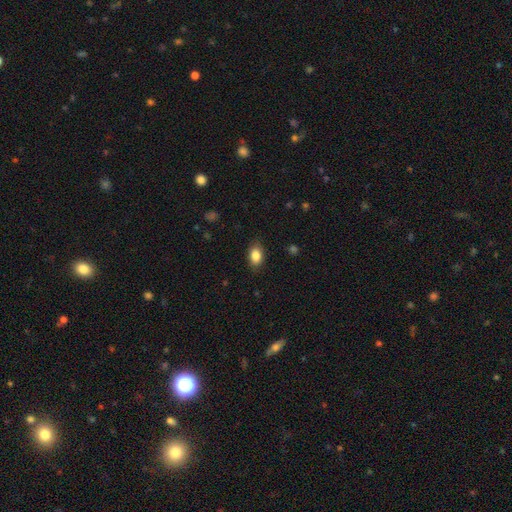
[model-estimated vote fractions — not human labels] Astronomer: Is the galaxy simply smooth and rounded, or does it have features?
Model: smooth — 85%.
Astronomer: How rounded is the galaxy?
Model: in between — 83%.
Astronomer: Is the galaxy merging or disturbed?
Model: none — 86%.